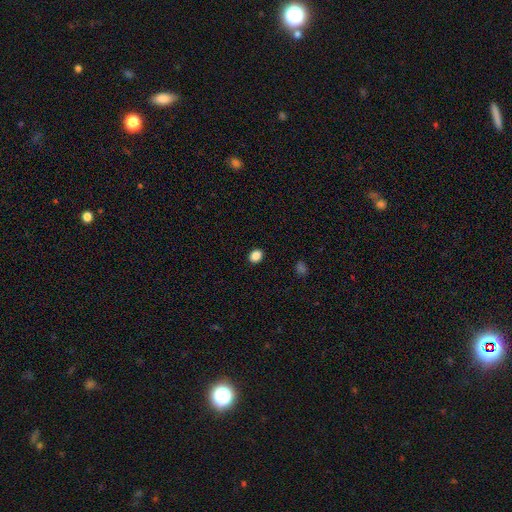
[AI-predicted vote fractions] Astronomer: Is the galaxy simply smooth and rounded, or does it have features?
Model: smooth — 87%.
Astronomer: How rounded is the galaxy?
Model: in between — 56% (runner-up: round, 43%).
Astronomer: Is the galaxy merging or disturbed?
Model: none — 90%.